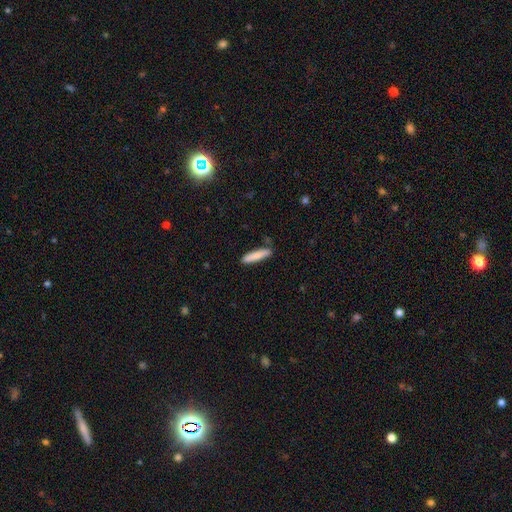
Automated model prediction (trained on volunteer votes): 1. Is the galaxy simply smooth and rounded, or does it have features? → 83% smooth, 11% featured or disk, 6% star or artifact.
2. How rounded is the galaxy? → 85% cigar-shaped, 14% in between, 1% round.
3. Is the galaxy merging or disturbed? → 83% none, 12% minor disturbance, 2% merger, 2% major disturbance.